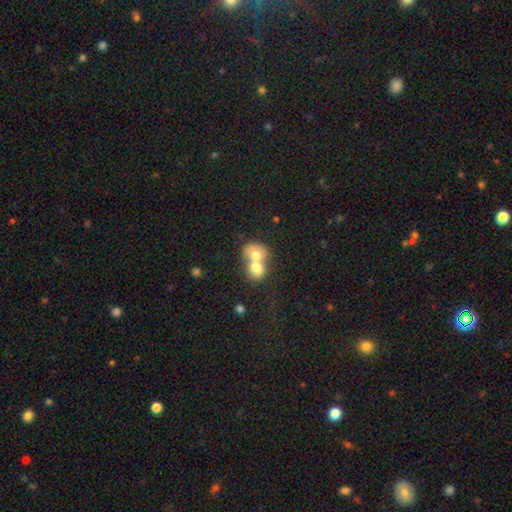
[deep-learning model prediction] This is likely a smooth galaxy (67%). How rounded: possibly round (54%). Merging: likely merger (78%).